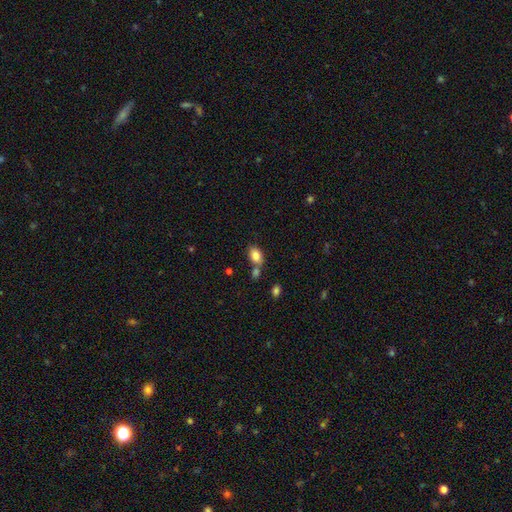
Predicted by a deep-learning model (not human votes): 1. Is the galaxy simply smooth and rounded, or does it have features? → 83% smooth, 9% star or artifact, 8% featured or disk.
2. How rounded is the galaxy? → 88% in between, 11% round, 2% cigar-shaped.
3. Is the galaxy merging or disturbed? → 60% none, 22% merger, 14% minor disturbance, 4% major disturbance.